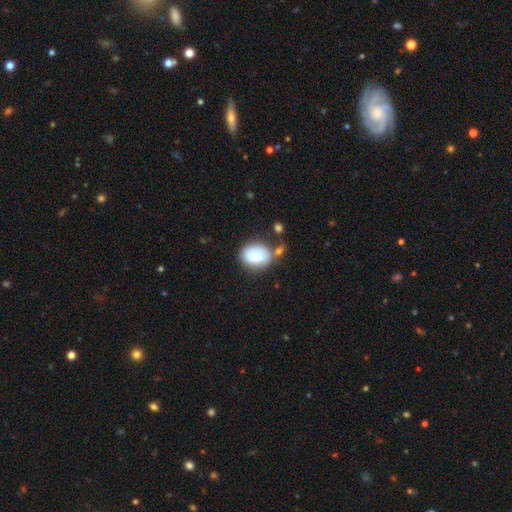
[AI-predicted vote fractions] Morphology: type=smooth (84%); roundness=in between (77%); merging=none (53%).